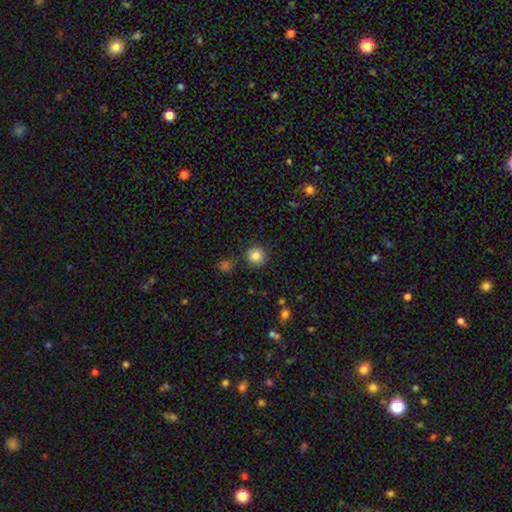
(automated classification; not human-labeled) smooth-or-featured: smooth: 86% | star or artifact: 10% | featured or disk: 4%
  how-rounded: round: 94% | in between: 5% | cigar-shaped: 1%
  merging: none: 87% | minor disturbance: 7% | merger: 3% | major disturbance: 3%